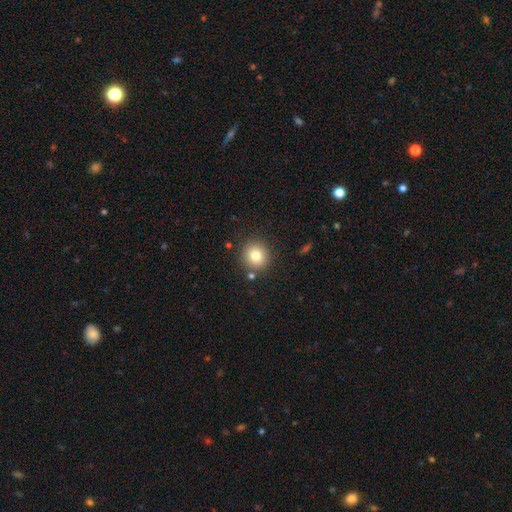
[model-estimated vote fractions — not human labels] The model was most divided on "smooth or featured": smooth: 80%, star or artifact: 11%, featured or disk: 9%. More confident: how rounded — round (92%); merging — none (87%).